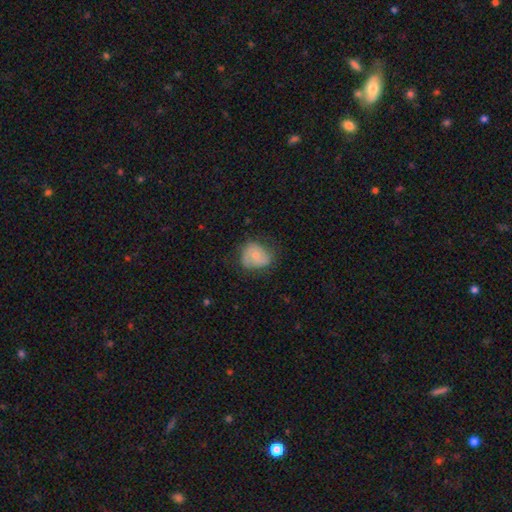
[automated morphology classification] smooth-or-featured: smooth: 61% | featured or disk: 31% | star or artifact: 8%
  how-rounded: round: 59% | in between: 40% | cigar-shaped: 1%
  merging: none: 51% | minor disturbance: 33% | major disturbance: 15% | merger: 2%